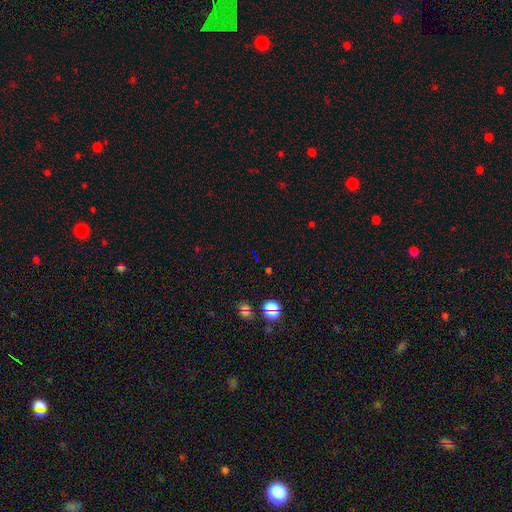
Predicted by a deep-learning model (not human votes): Morphology: type=star or artifact (70%).